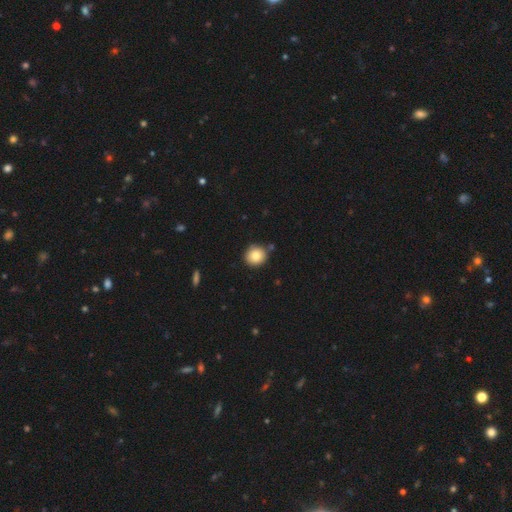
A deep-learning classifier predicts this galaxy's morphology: smooth_or_featured: smooth (p=0.83) [alt: star or artifact p=0.09]
how_rounded: round (p=0.89) [alt: in between p=0.10]
merging: none (p=0.84) [alt: minor disturbance p=0.09]